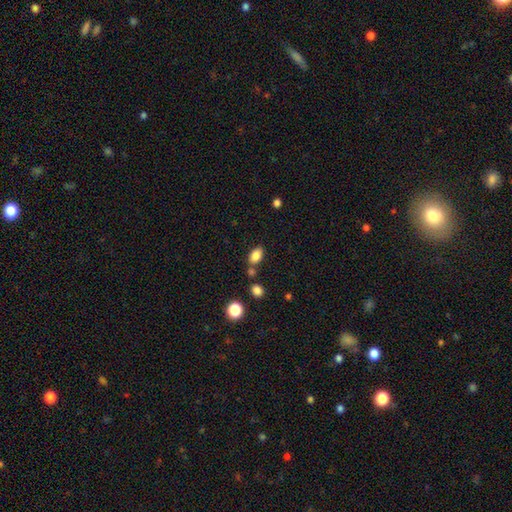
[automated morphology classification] This is clearly a smooth galaxy (84%). How rounded: clearly in between (86%). Merging: likely none (71%).